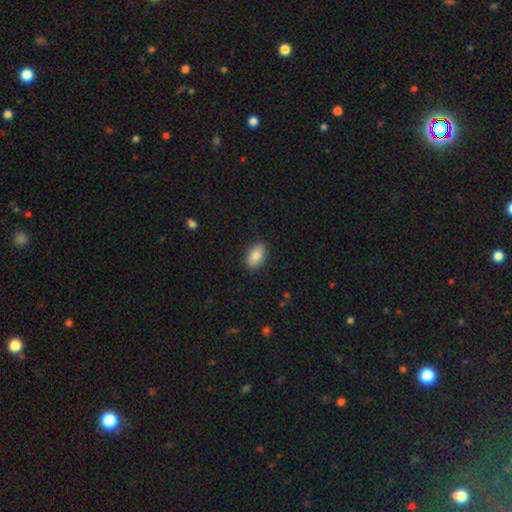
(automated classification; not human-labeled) smooth_or_featured: smooth (p=0.87) [alt: star or artifact p=0.07]
how_rounded: in between (p=0.92) [alt: round p=0.05]
merging: none (p=0.88) [alt: minor disturbance p=0.09]